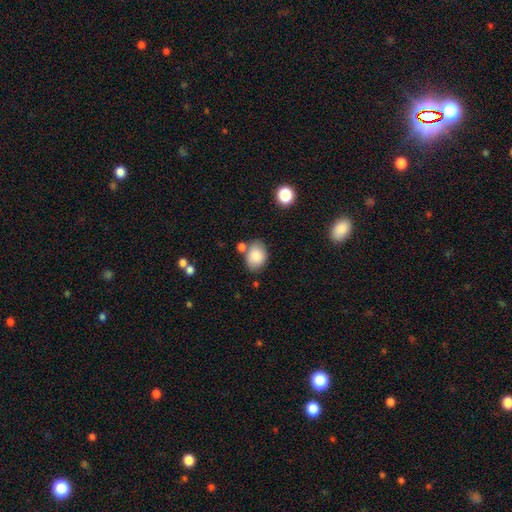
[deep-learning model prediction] A smooth galaxy with no disk features (85%) that is in between round and cigar-shaped (71%).

Vote fractions:
- Smooth or featured? smooth: 85% / star or artifact: 8% / featured or disk: 8%
- How rounded? in between: 71% / round: 28% / cigar-shaped: 1%
- Merging? none: 69% / minor disturbance: 16% / merger: 11% / major disturbance: 4%